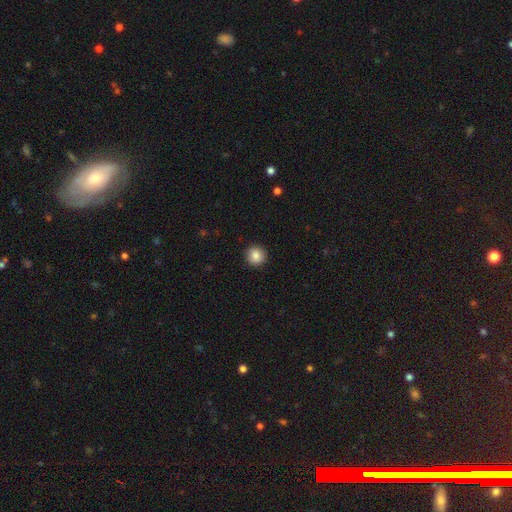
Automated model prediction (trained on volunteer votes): A smooth galaxy with no disk features (87%) that is round (94%).

Vote fractions:
- Smooth or featured? smooth: 87% / star or artifact: 9% / featured or disk: 4%
- How rounded? round: 94% / in between: 5% / cigar-shaped: 1%
- Merging? none: 92% / minor disturbance: 5% / major disturbance: 2% / merger: 1%